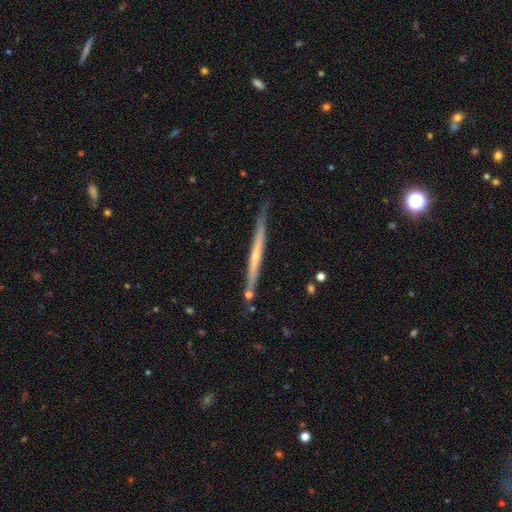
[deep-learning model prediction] This appears to be a featured or disk galaxy (66%) viewed edge-on (96%) with no central bulge (61%). Merging: none (79%).